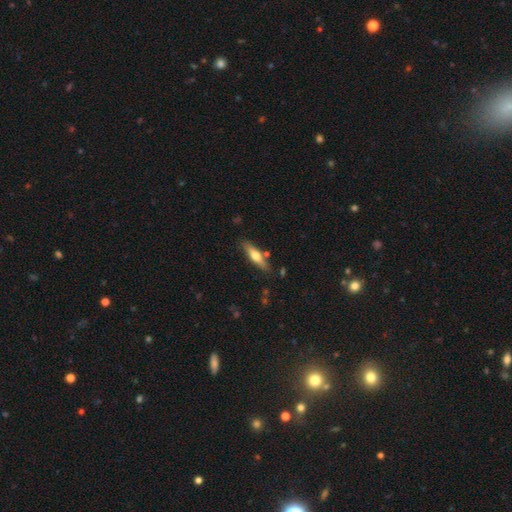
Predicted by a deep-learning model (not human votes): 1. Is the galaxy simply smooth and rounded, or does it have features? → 50% smooth, 44% featured or disk, 6% star or artifact.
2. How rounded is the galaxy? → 74% cigar-shaped, 24% in between, 2% round.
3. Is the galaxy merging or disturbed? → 81% none, 12% minor disturbance, 5% merger, 3% major disturbance.